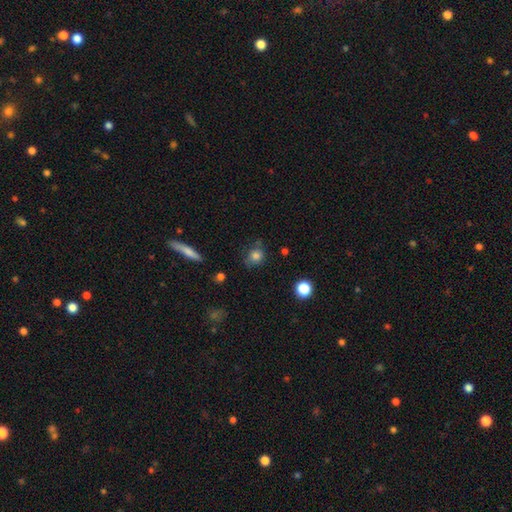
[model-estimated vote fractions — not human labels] Smooth or featured: smooth — 80% (star or artifact — 12%)
How rounded: round — 69% (in between — 29%)
Merging: none — 64% (minor disturbance — 25%)